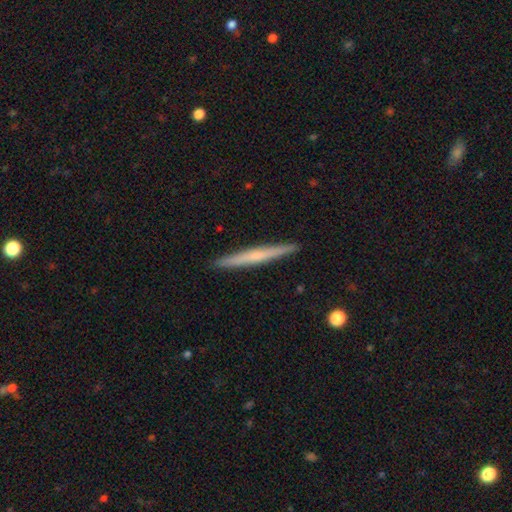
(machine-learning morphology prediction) Smooth or featured: featured or disk — 51% (smooth — 44%)
Edge-on disk: yes — 97% (no — 3%)
Merging: none — 93% (minor disturbance — 5%)